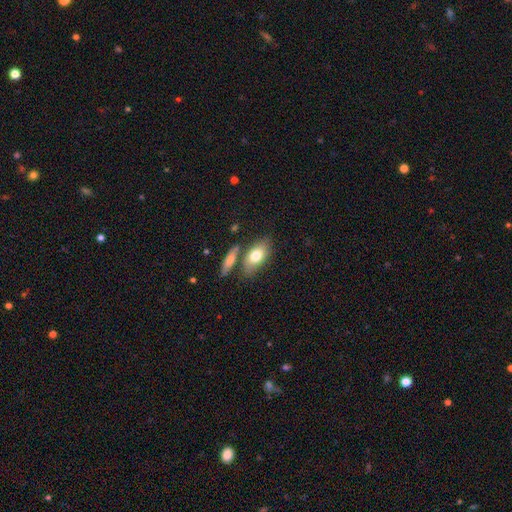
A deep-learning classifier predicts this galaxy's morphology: Overall: smooth (76%). How rounded: in between (87%). Merging: none (61%).